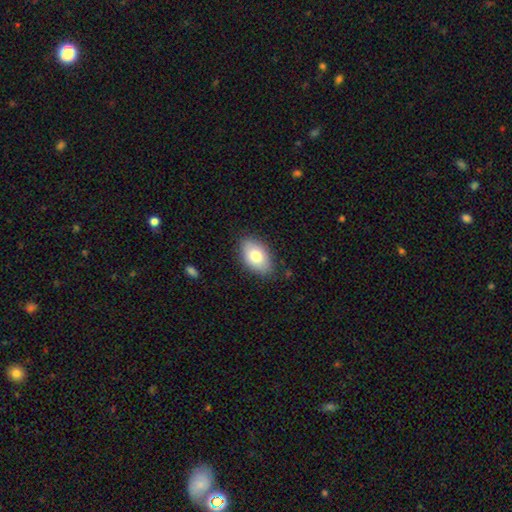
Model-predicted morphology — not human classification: smooth-or-featured: smooth: 79% | featured or disk: 14% | star or artifact: 7%
  how-rounded: in between: 91% | round: 7% | cigar-shaped: 1%
  merging: none: 83% | minor disturbance: 13% | major disturbance: 3% | merger: 1%